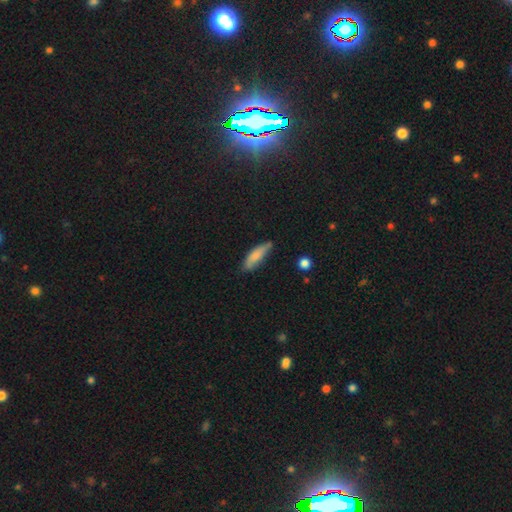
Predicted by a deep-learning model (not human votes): Smooth or featured?
  - smooth: 77% *
  - featured or disk: 17%
  - star or artifact: 6%
How rounded?
  - cigar-shaped: 55% *
  - in between: 44%
  - round: 2%
Merging?
  - none: 63% *
  - minor disturbance: 29%
  - major disturbance: 5%
  - merger: 3%